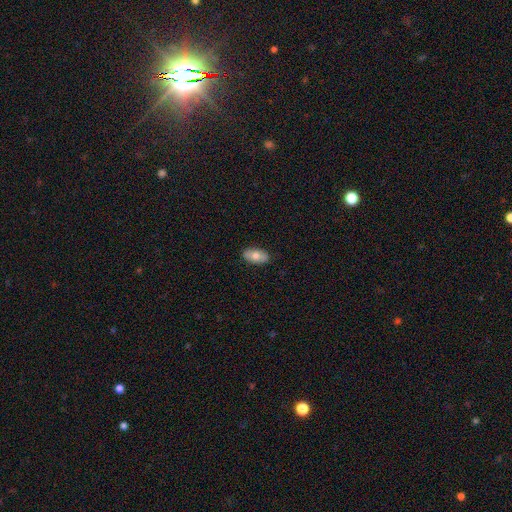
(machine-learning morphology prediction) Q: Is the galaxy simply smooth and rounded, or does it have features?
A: smooth — 73%.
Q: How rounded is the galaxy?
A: in between — 93%.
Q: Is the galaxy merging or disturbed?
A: none — 88%.